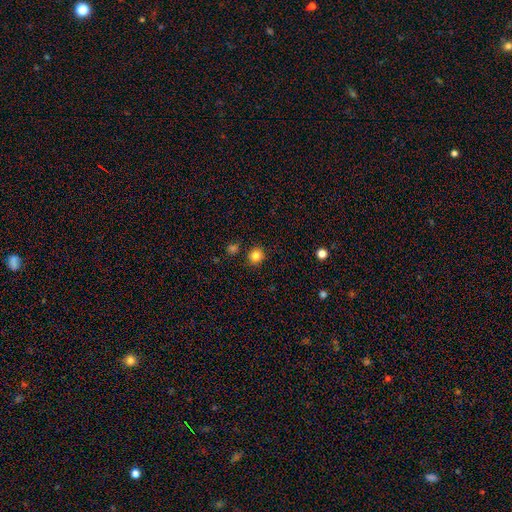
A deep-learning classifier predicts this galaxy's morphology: The model was most divided on "smooth or featured": smooth: 84%, star or artifact: 12%, featured or disk: 4%. More confident: merging — none (87%); how rounded — round (87%).